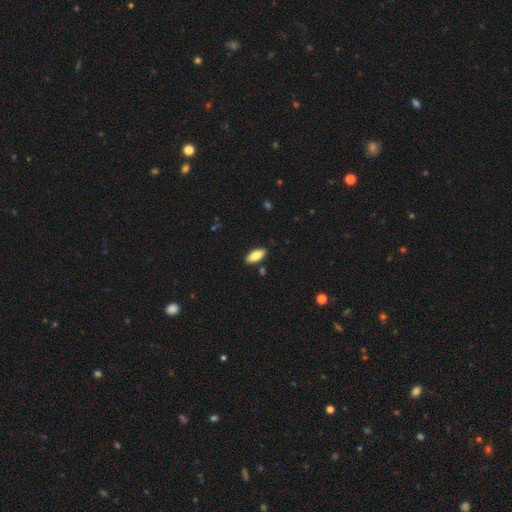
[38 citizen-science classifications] Morphology: type=smooth (84%); roundness=in between (81%); merging=none (86%).